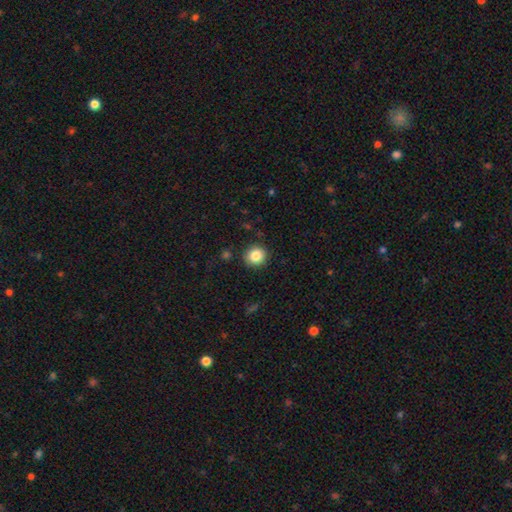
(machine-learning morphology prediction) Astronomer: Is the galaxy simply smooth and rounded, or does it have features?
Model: smooth — 85%.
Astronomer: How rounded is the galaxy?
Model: round — 91%.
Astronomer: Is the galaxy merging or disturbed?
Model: none — 90%.